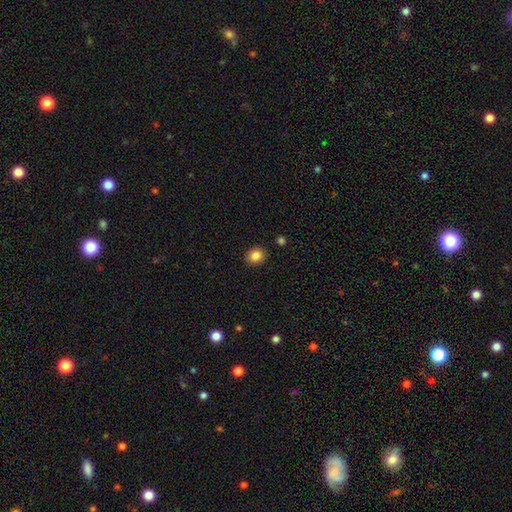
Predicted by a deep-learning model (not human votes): This is clearly a smooth galaxy (85%). How rounded: likely round (64%). Merging: clearly none (88%).